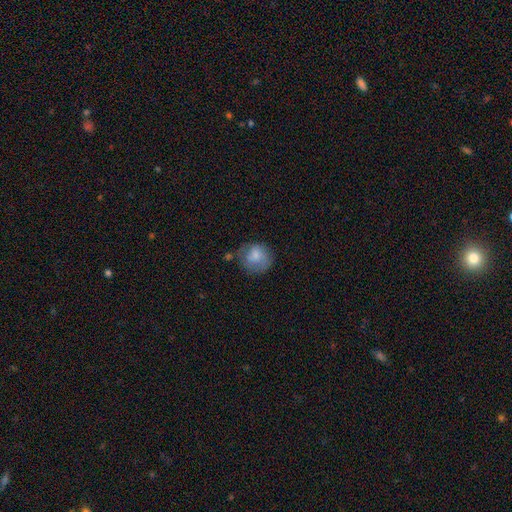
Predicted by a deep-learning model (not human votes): Smooth or featured? Predicted: smooth (p=0.75). How rounded? Predicted: round (p=0.80). Merging? Predicted: none (p=0.57).